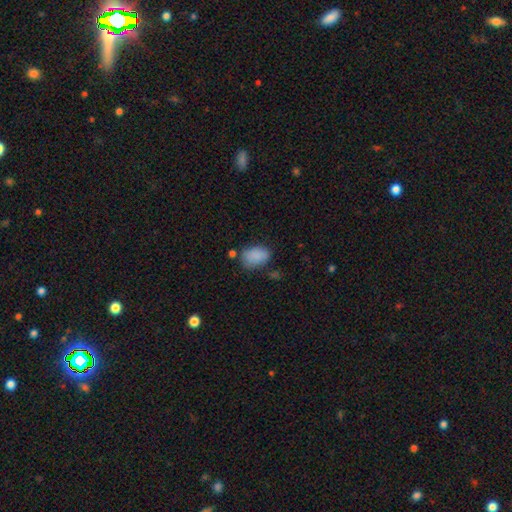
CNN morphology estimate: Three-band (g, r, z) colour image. It shows a smooth galaxy with no disk features (86%) that is in between round and cigar-shaped (86%). Merging: none (65%).